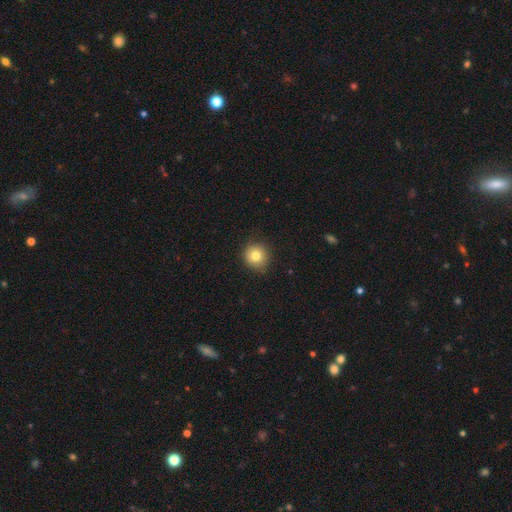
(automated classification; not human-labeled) Smooth or featured?
  - smooth: 79% *
  - star or artifact: 11%
  - featured or disk: 10%
How rounded?
  - round: 93% *
  - in between: 6%
  - cigar-shaped: 1%
Merging?
  - none: 87% *
  - minor disturbance: 10%
  - major disturbance: 2%
  - merger: 1%